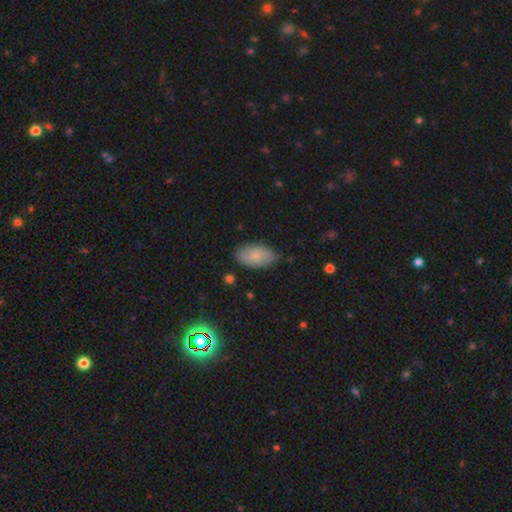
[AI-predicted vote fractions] smooth-or-featured: smooth: 78% | featured or disk: 14% | star or artifact: 8%
  how-rounded: in between: 93% | round: 4% | cigar-shaped: 3%
  merging: none: 78% | minor disturbance: 18% | major disturbance: 3% | merger: 1%